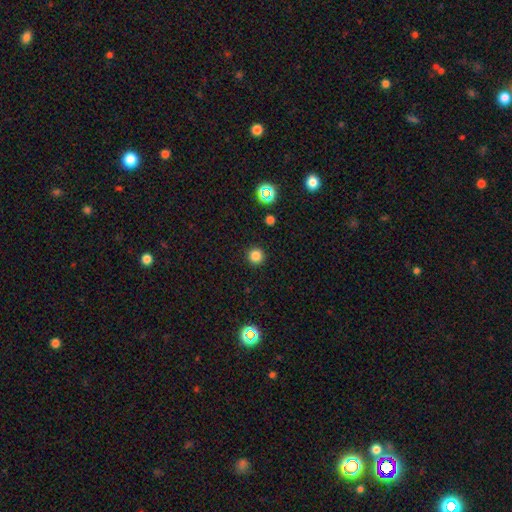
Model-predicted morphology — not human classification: Smooth or featured? Predicted: smooth (p=0.82). How rounded? Predicted: round (p=0.96). Merging? Predicted: none (p=0.93).